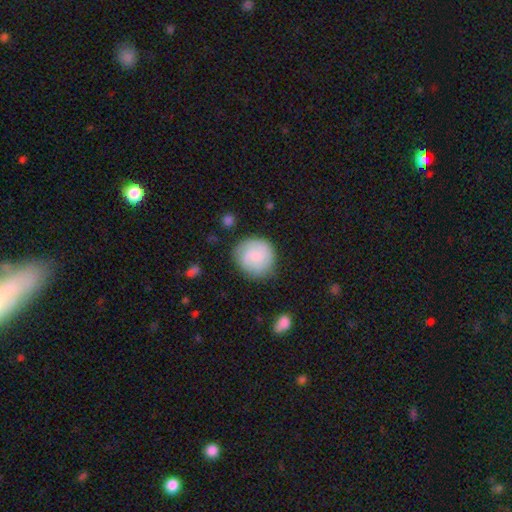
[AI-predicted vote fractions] smooth_or_featured: smooth (p=0.50) [alt: featured or disk p=0.43]
how_rounded: round (p=0.90) [alt: in between p=0.09]
merging: none (p=0.77) [alt: minor disturbance p=0.15]